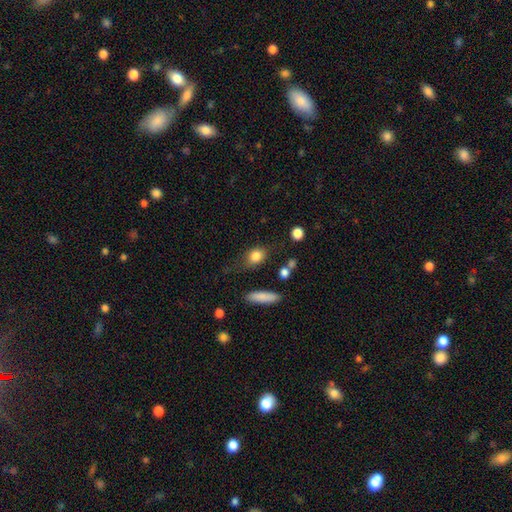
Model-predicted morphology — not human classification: Smooth or featured?
  - smooth: 83% *
  - star or artifact: 9%
  - featured or disk: 8%
How rounded?
  - in between: 61% *
  - round: 34%
  - cigar-shaped: 5%
Merging?
  - none: 70% *
  - minor disturbance: 19%
  - major disturbance: 7%
  - merger: 4%